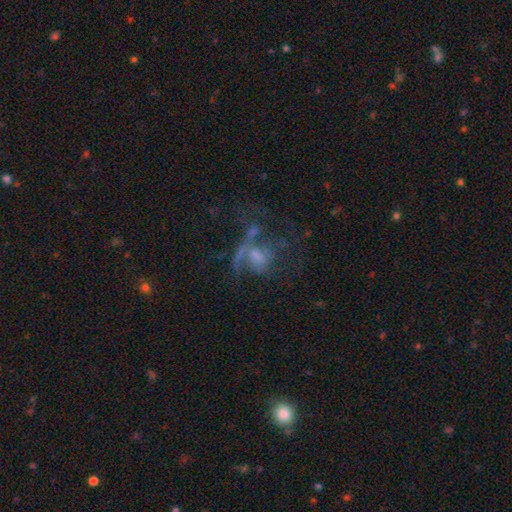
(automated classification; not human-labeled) smooth_or_featured: featured or disk (p=0.66) [alt: smooth p=0.19]
disk_edge_on: no (p=0.97) [alt: yes p=0.03]
bar: no (p=0.63) [alt: weak p=0.30]
has_spiral_arms: yes (p=0.65) [alt: no p=0.35]
bulge_size: moderate (p=0.36) [tied with: small p=0.36]
merging: major disturbance (p=0.41) [alt: none p=0.29]